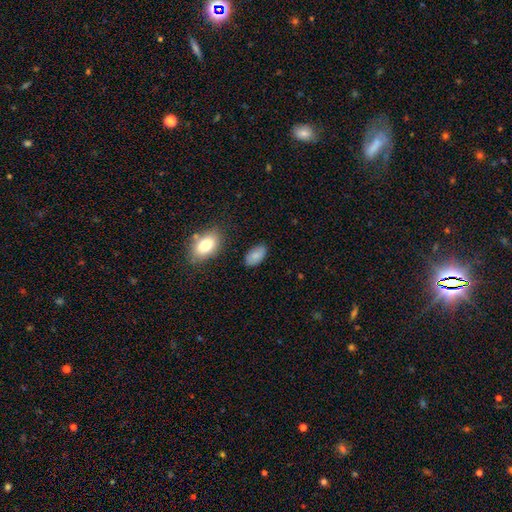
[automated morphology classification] smooth_or_featured: smooth (p=0.83) [alt: featured or disk p=0.09]
how_rounded: in between (p=0.94) [alt: round p=0.03]
merging: none (p=0.83) [alt: minor disturbance p=0.12]